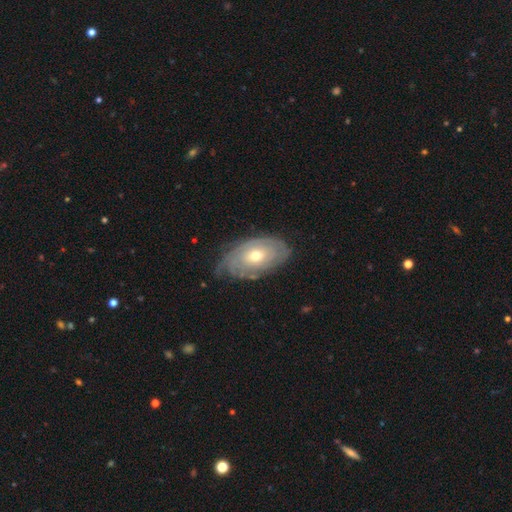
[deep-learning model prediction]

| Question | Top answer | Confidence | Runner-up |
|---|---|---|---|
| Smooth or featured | featured or disk | 72% | smooth (22%) |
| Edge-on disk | no | 93% | yes (7%) |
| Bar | no | 80% | weak (16%) |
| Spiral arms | yes | 79% | no (21%) |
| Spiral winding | tight | 80% | medium (15%) |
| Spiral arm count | can't tell | 60% | 2 (16%) |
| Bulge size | moderate | 59% | small (37%) |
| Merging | none | 67% | minor disturbance (24%) |